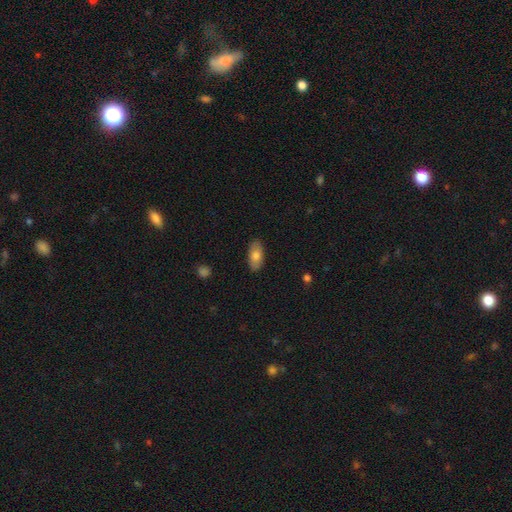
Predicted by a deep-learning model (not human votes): The model was most divided on "smooth or featured": smooth: 77%, featured or disk: 17%, star or artifact: 6%. More confident: how rounded — in between (92%); merging — none (87%).